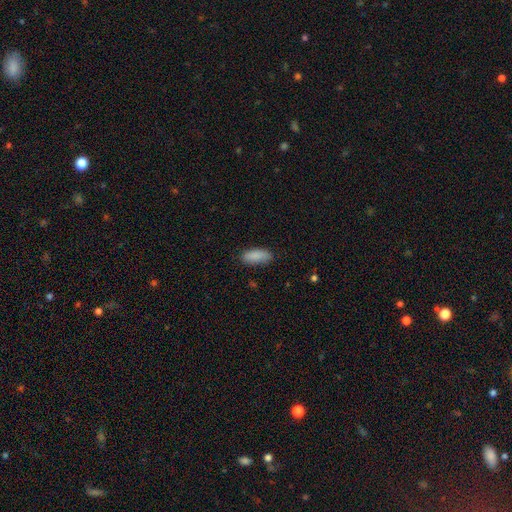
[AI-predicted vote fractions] Morphology: type=smooth (88%); roundness=in between (79%); merging=none (80%).